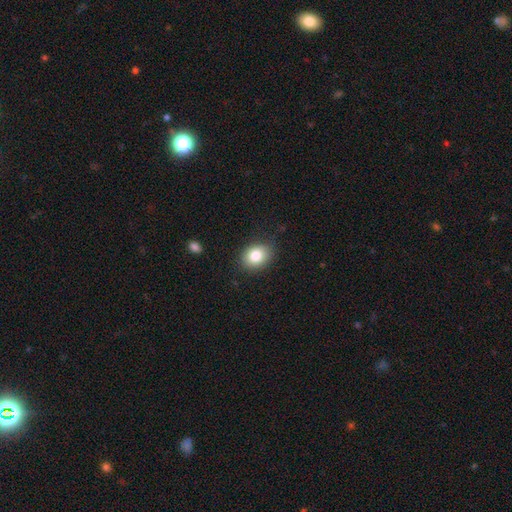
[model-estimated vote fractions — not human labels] This appears to be a smooth galaxy with no disk features (82%) that is in between round and cigar-shaped (59%). Merging: none (84%).